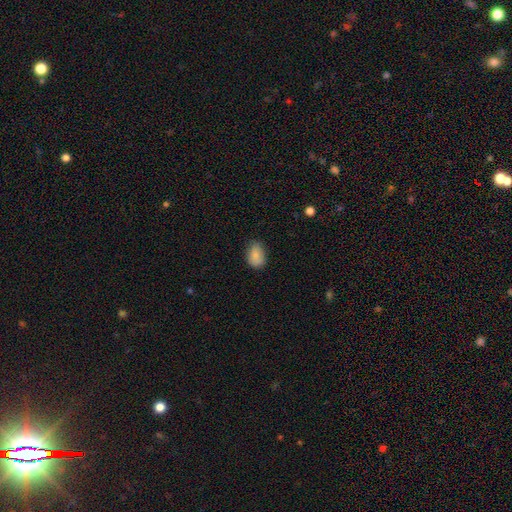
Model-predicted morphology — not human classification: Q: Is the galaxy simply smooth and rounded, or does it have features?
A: smooth — 87%.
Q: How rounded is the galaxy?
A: in between — 83%.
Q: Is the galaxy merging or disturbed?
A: none — 74%.